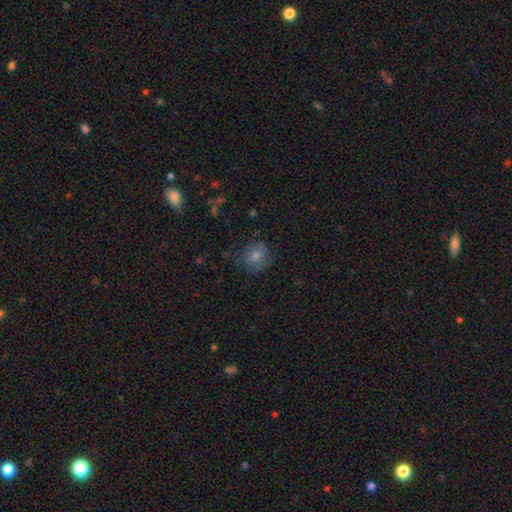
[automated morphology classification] smooth 55%, featured or disk 28%, star or artifact 17%. Down the decision tree: how rounded — round (83%); merging — none (74%).